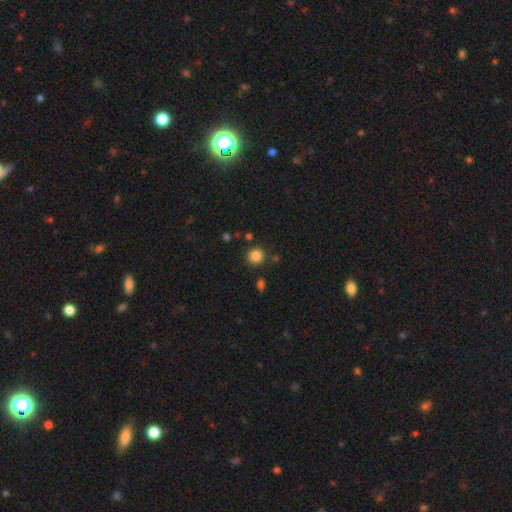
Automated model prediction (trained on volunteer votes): A smooth galaxy with no disk features (85%) that is round (91%). Merging: none (86%).